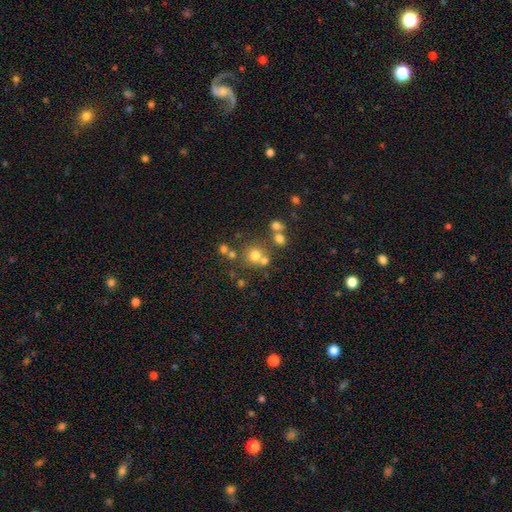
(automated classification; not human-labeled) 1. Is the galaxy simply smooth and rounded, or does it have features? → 40% star or artifact, 37% smooth, 23% featured or disk.